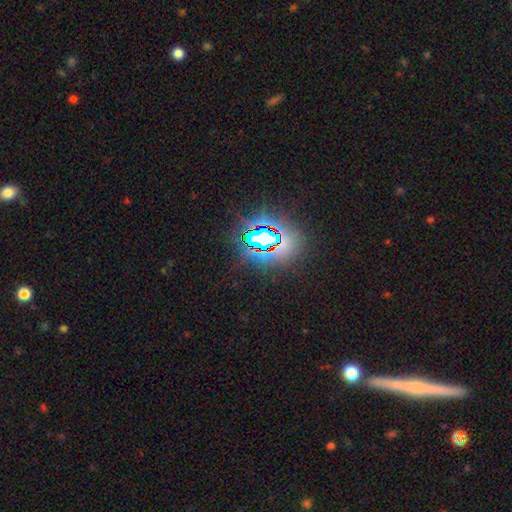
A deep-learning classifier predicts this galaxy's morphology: star or artifact 70%, smooth 18%, featured or disk 12%.